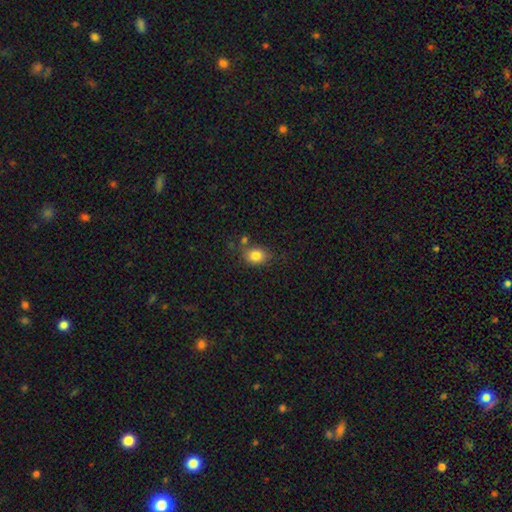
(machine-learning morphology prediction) A smooth galaxy with no disk features (82%) that is in between round and cigar-shaped (54%). Merging: none (67%).